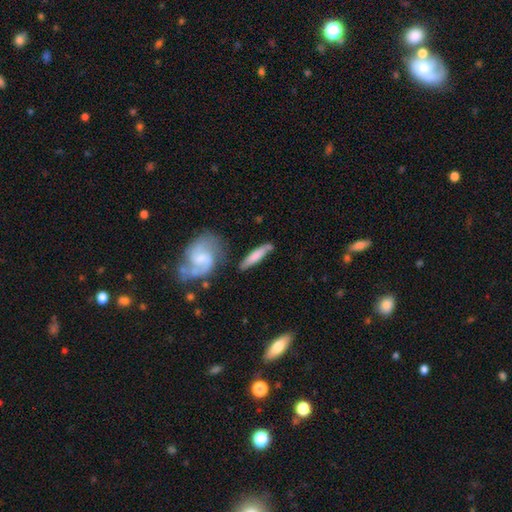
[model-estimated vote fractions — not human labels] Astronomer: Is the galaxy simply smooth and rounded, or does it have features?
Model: smooth — 59% (runner-up: featured or disk, 35%).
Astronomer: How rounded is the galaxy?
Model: cigar-shaped — 81%.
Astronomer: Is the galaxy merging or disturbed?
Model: none — 65%.